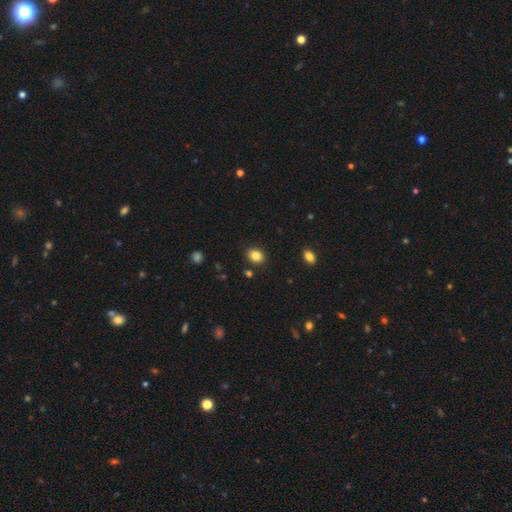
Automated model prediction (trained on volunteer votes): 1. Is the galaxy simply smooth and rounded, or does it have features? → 84% smooth, 10% star or artifact, 6% featured or disk.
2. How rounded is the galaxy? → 52% in between, 47% round, 1% cigar-shaped.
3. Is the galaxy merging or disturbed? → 87% none, 8% minor disturbance, 3% merger, 2% major disturbance.